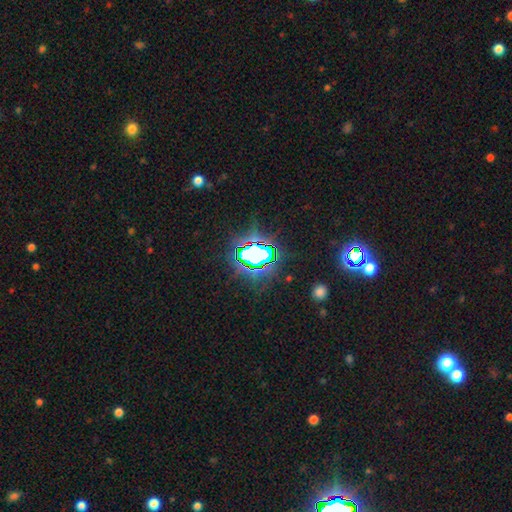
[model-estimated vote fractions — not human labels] Smooth or featured? star or artifact (71%)